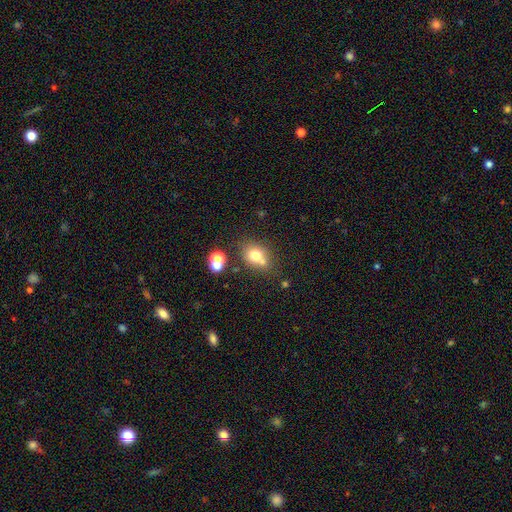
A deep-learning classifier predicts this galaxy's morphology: A smooth galaxy with no disk features (71%) that is round (52%). Merging: none (57%).